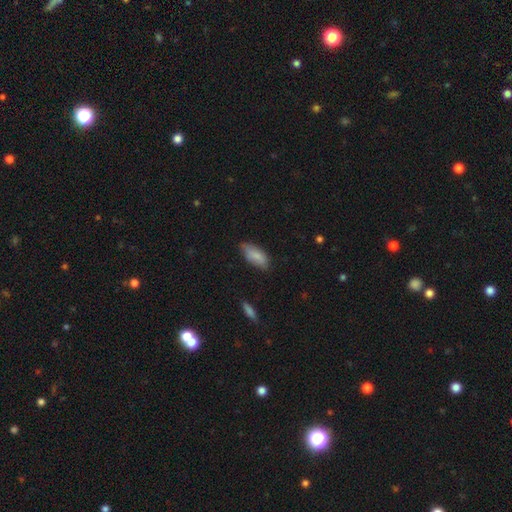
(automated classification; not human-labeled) smooth_or_featured: smooth (p=0.82) [alt: featured or disk p=0.12]
how_rounded: in between (p=0.85) [alt: cigar-shaped p=0.13]
merging: none (p=0.68) [alt: minor disturbance p=0.26]